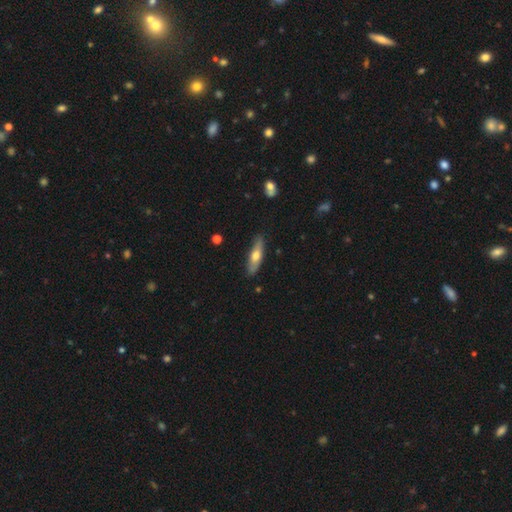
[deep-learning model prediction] smooth 56%, featured or disk 38%, star or artifact 6%. Down the decision tree: how rounded — cigar-shaped (63%); merging — none (83%).